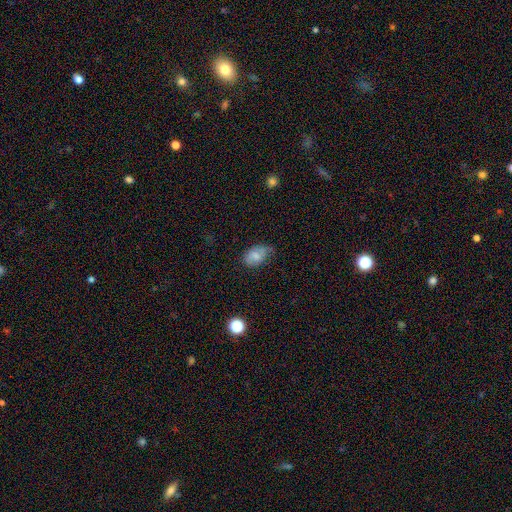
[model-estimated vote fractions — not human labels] A smooth galaxy with no disk features (70%) that is in between round and cigar-shaped (83%). Merging: none (51%).